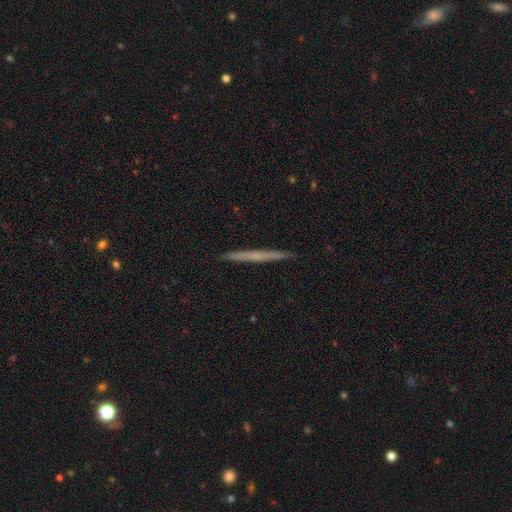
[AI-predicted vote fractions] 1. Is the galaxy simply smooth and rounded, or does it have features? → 50% featured or disk, 44% smooth, 6% star or artifact.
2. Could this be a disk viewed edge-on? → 97% yes, 3% no.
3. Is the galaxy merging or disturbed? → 92% none, 5% minor disturbance, 1% major disturbance, 1% merger.